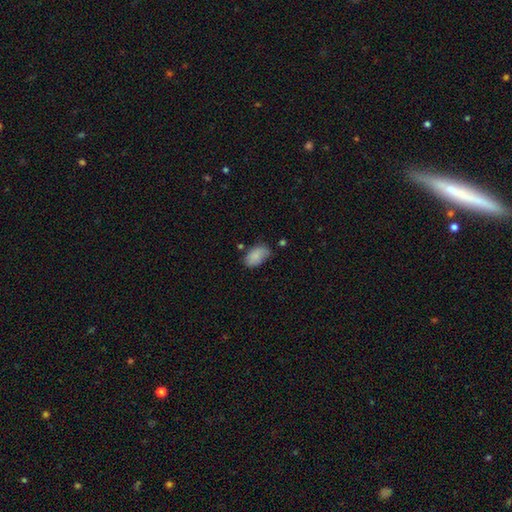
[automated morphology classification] A smooth galaxy with no disk features (85%) that is in between round and cigar-shaped (93%).

Vote fractions:
- Smooth or featured? smooth: 85% / featured or disk: 8% / star or artifact: 7%
- How rounded? in between: 93% / round: 6% / cigar-shaped: 2%
- Merging? none: 62% / minor disturbance: 28% / major disturbance: 6% / merger: 4%